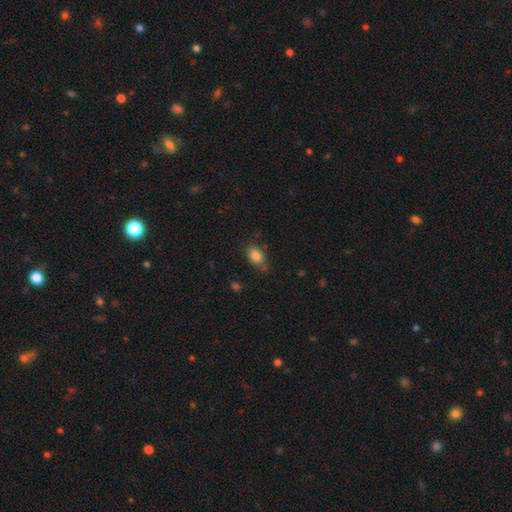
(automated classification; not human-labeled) This appears to be a smooth galaxy with no disk features (84%) that is in between round and cigar-shaped (75%). Merging: none (72%).